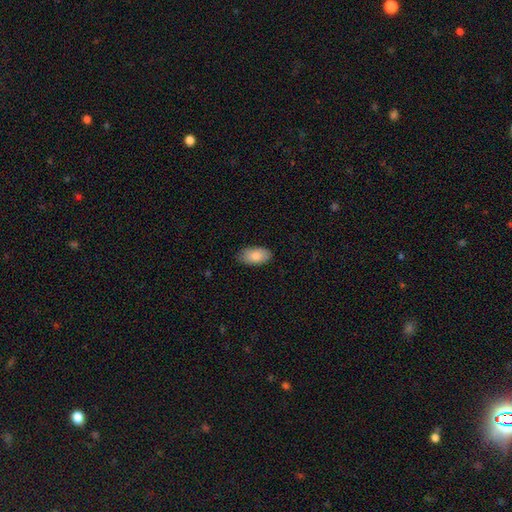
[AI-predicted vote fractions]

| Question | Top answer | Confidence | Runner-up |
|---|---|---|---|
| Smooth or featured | smooth | 86% | featured or disk (8%) |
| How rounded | in between | 94% | round (3%) |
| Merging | none | 82% | minor disturbance (14%) |